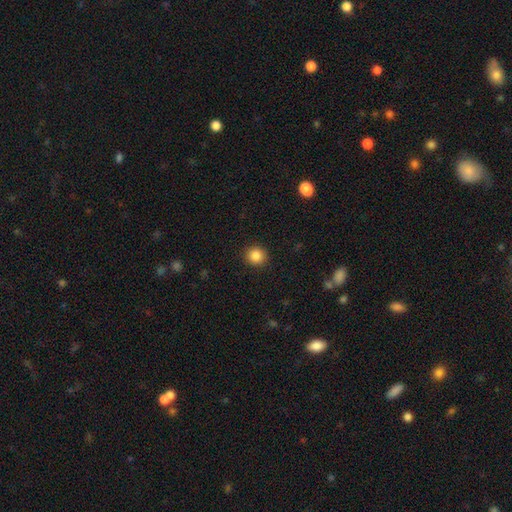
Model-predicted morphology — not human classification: This appears to be a smooth galaxy with no disk features (86%) that is round (92%). Merging: none (91%).